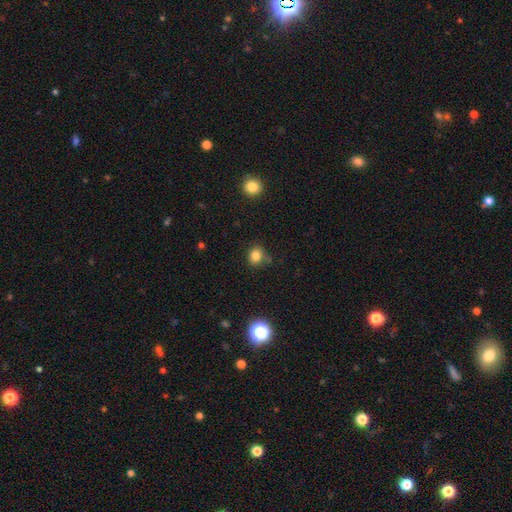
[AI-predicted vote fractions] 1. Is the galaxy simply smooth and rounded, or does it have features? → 81% smooth, 13% star or artifact, 5% featured or disk.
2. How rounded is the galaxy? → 72% round, 27% in between, 1% cigar-shaped.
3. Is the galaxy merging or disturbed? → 74% none, 17% minor disturbance, 5% merger, 4% major disturbance.